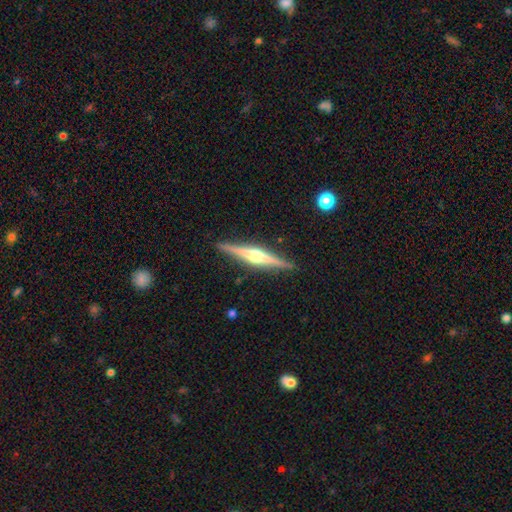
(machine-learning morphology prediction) This is clearly a featured or disk galaxy (80%). It is clearly viewed edge-on (98%). Edge-on bulge: clearly rounded (92%). Merging: clearly none (90%).